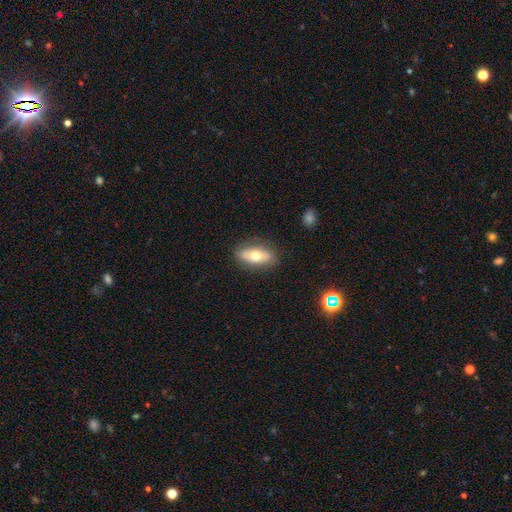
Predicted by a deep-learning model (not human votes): Smooth or featured? Predicted: smooth (p=0.60). How rounded? Predicted: in between (p=0.80). Merging? Predicted: none (p=0.84).